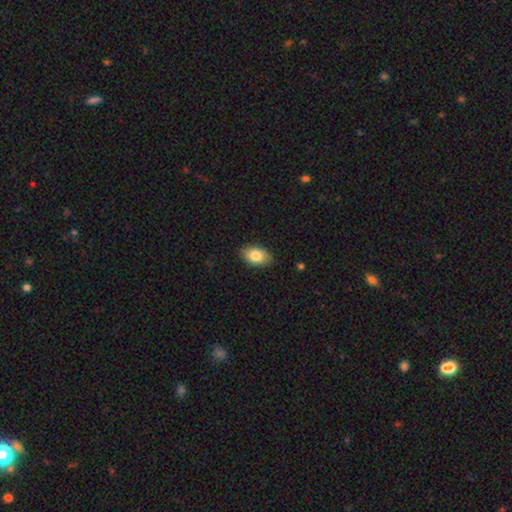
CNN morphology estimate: Smooth or featured? Predicted: smooth (p=0.83). How rounded? Predicted: in between (p=0.91). Merging? Predicted: none (p=0.87).